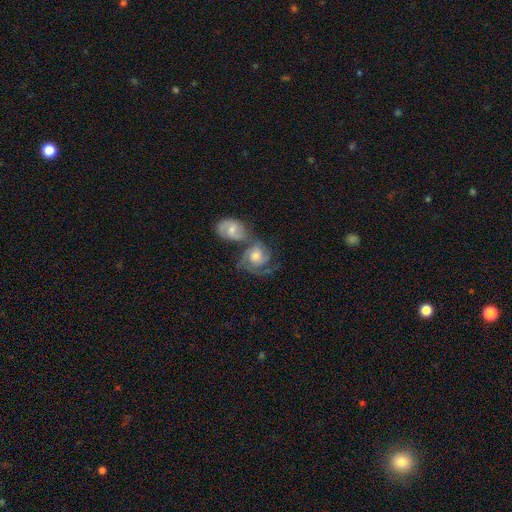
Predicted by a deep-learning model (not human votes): This appears to be a featured or disk galaxy (76%) with no bar (68%), 2 (50%) tight (51%) spiral arms (94%) and a moderate central bulge (63%). Merging: merger (49%).